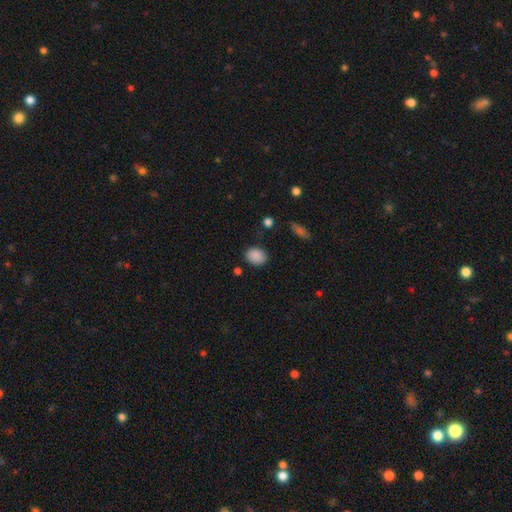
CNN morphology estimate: Overall: smooth (88%). How rounded: in between (56%; round 43%). Merging: none (83%).